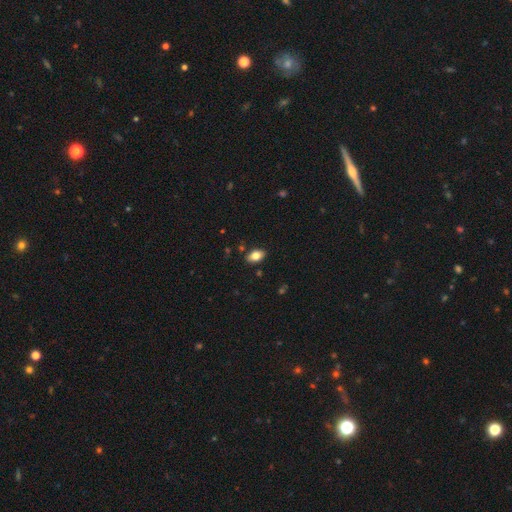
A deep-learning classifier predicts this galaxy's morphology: smooth 79%, featured or disk 13%, star or artifact 8%. Down the decision tree: how rounded — in between (89%); merging — none (86%).